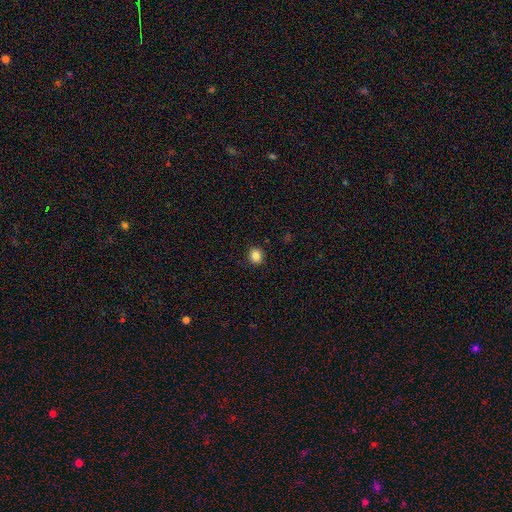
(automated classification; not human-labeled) smooth-or-featured: smooth: 85% | star or artifact: 11% | featured or disk: 4%
  how-rounded: round: 84% | in between: 16% | cigar-shaped: 1%
  merging: none: 91% | minor disturbance: 6% | major disturbance: 2% | merger: 1%